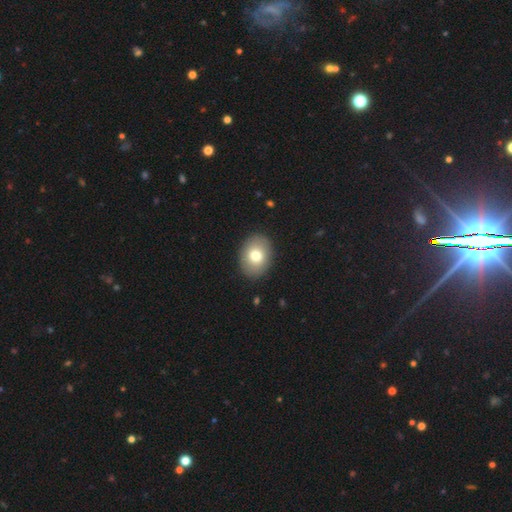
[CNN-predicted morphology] A smooth galaxy with no disk features (75%) that is in between round and cigar-shaped (64%).

Vote fractions:
- Smooth or featured? smooth: 75% / featured or disk: 17% / star or artifact: 8%
- How rounded? in between: 64% / round: 35% / cigar-shaped: 1%
- Merging? none: 89% / minor disturbance: 8% / major disturbance: 2% / merger: 1%